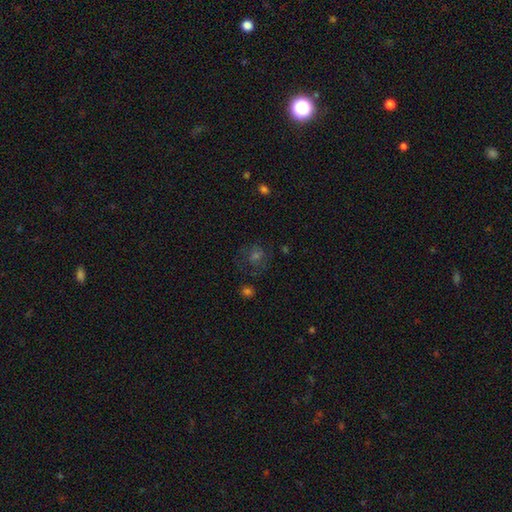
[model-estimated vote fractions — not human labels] The model was most divided on "smooth or featured": featured or disk: 36%, smooth: 33%, star or artifact: 32%. More confident: merging — none (68%).